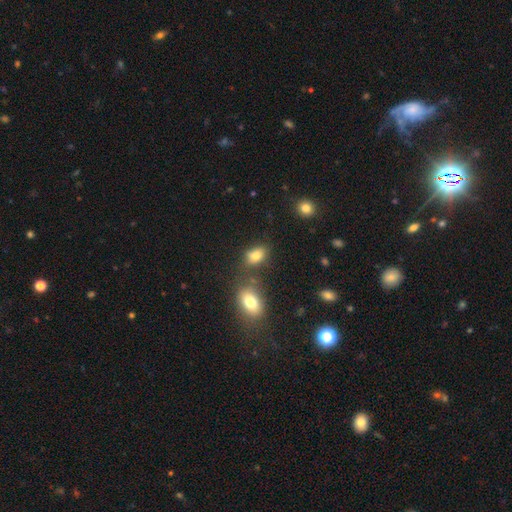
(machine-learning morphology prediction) The model was most divided on "merging": none: 62%, merger: 16%, minor disturbance: 16%, major disturbance: 5%. More confident: how rounded — in between (80%); smooth or featured — smooth (80%).